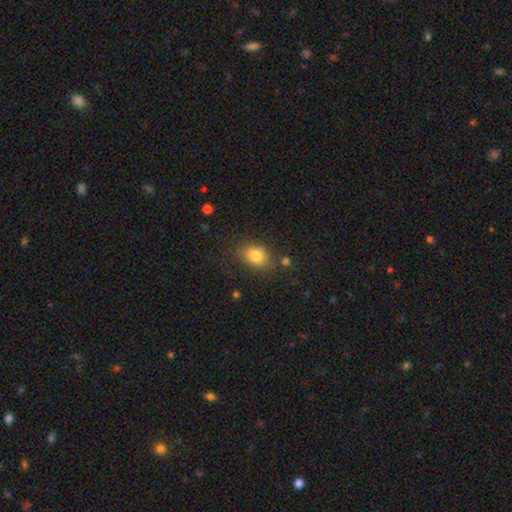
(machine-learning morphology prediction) Smooth or featured? smooth (82%)
How rounded? in between (71%)
Merging? none (75%)